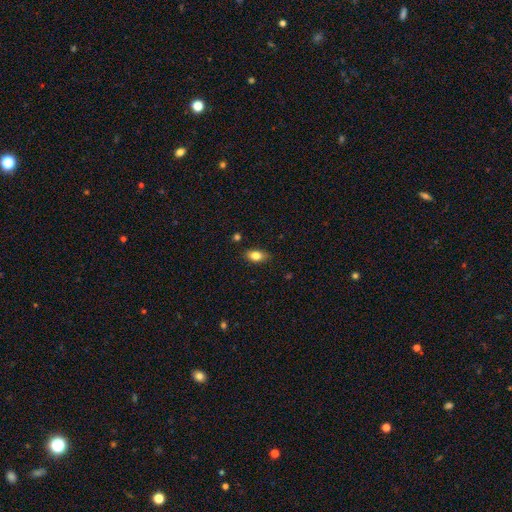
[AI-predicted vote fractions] Overall: smooth (82%). How rounded: in between (88%). Merging: none (84%).